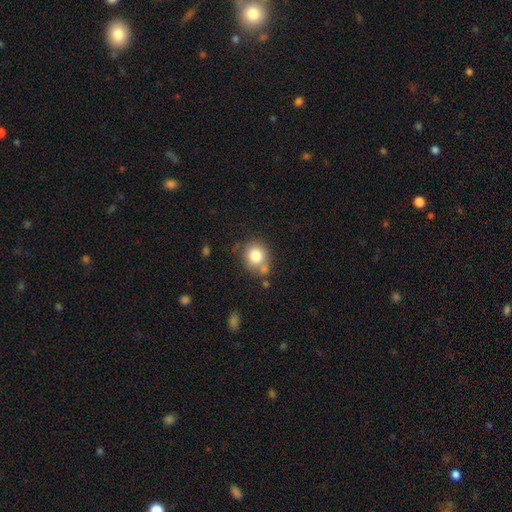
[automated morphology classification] Smooth or featured?
  - smooth: 79% *
  - featured or disk: 11%
  - star or artifact: 10%
How rounded?
  - round: 81% *
  - in between: 18%
  - cigar-shaped: 1%
Merging?
  - none: 62% *
  - minor disturbance: 17%
  - merger: 16%
  - major disturbance: 5%